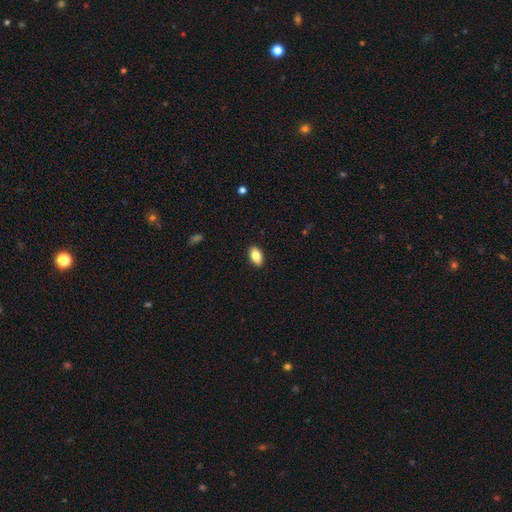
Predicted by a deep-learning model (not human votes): smooth_or_featured: smooth (p=0.83) [alt: featured or disk p=0.10]
how_rounded: in between (p=0.92) [alt: round p=0.06]
merging: none (p=0.90) [alt: minor disturbance p=0.07]